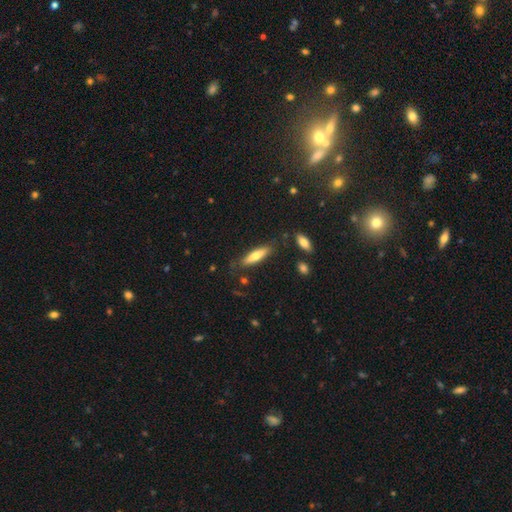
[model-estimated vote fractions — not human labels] The model was most divided on "smooth or featured": smooth: 64%, featured or disk: 31%, star or artifact: 6%. More confident: merging — none (80%); how rounded — cigar-shaped (73%).